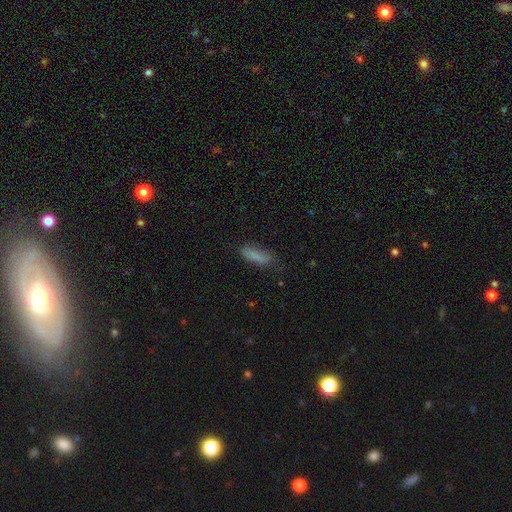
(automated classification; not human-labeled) Smooth or featured? Predicted: smooth (p=0.83). How rounded? Predicted: cigar-shaped (p=0.54). Merging? Predicted: none (p=0.65).